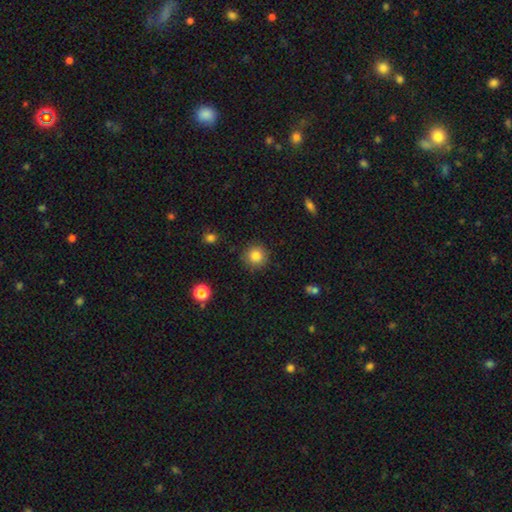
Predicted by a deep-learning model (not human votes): A smooth galaxy with no disk features (84%) that is round (94%).

Vote fractions:
- Smooth or featured? smooth: 84% / star or artifact: 11% / featured or disk: 6%
- How rounded? round: 94% / in between: 5% / cigar-shaped: 1%
- Merging? none: 89% / minor disturbance: 7% / major disturbance: 2% / merger: 1%